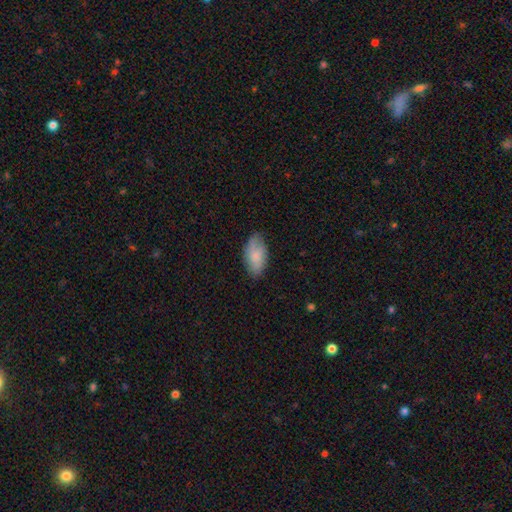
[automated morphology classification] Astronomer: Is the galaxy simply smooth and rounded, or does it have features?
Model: smooth — 78%.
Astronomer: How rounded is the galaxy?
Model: in between — 93%.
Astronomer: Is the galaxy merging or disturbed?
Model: none — 78%.